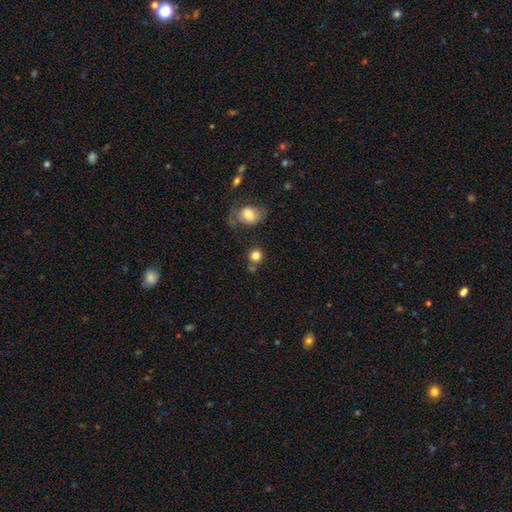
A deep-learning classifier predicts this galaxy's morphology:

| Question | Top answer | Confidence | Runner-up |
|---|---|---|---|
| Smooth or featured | smooth | 82% | star or artifact (11%) |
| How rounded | round | 86% | in between (13%) |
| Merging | none | 69% | merger (13%) |